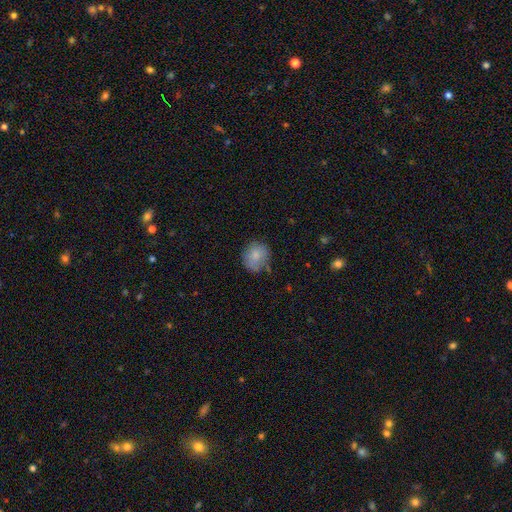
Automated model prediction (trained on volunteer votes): Overall: smooth (81%). How rounded: round (76%). Merging: none (69%).